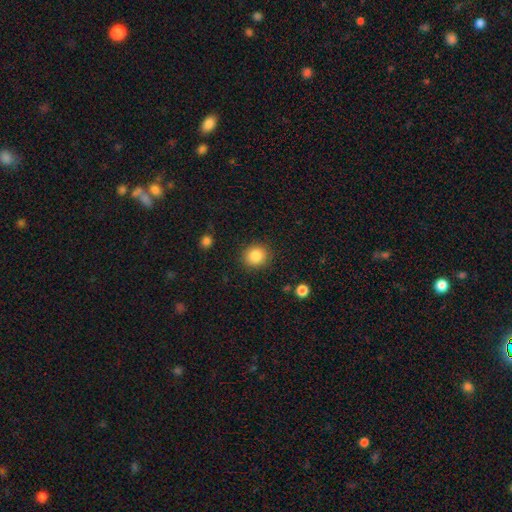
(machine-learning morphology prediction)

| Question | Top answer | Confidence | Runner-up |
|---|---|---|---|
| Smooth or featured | smooth | 86% | star or artifact (9%) |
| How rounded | round | 84% | in between (15%) |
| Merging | none | 89% | minor disturbance (7%) |